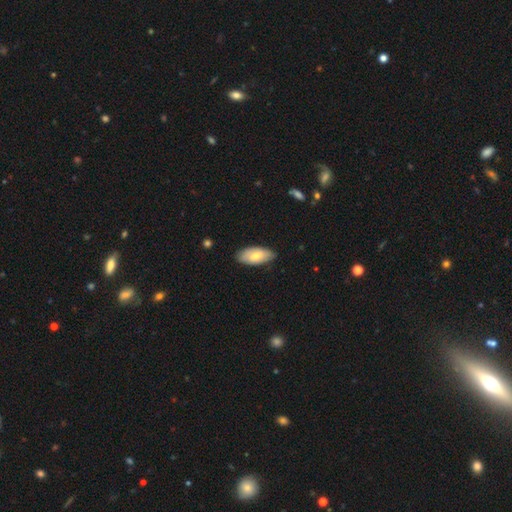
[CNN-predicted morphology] A smooth galaxy with no disk features (70%) that is in between round and cigar-shaped (91%).

Vote fractions:
- Smooth or featured? smooth: 70% / featured or disk: 25% / star or artifact: 6%
- How rounded? in between: 91% / cigar-shaped: 7% / round: 2%
- Merging? none: 79% / minor disturbance: 18% / major disturbance: 3% / merger: 1%